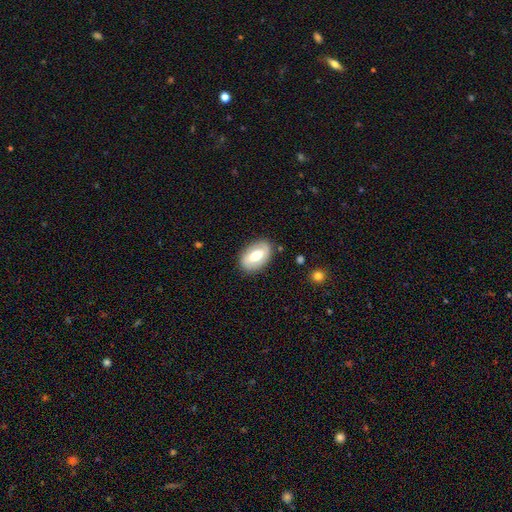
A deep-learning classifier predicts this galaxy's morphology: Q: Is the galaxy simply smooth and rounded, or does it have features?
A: smooth — 53%.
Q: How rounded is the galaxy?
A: in between — 90%.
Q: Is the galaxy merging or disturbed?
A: none — 83%.